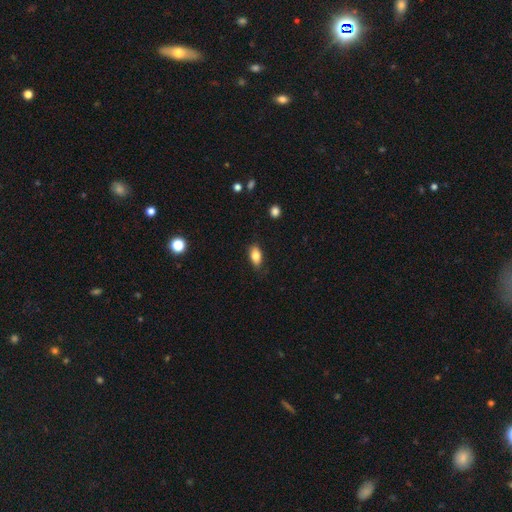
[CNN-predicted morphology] Smooth or featured: smooth — 81% (featured or disk — 11%)
How rounded: in between — 87% (round — 7%)
Merging: none — 82% (minor disturbance — 15%)